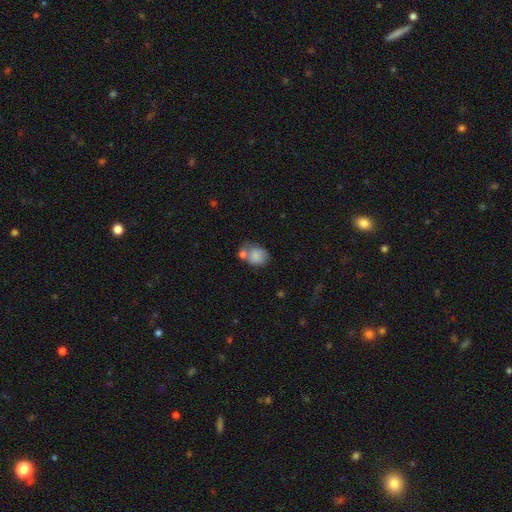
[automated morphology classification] Overall: smooth (77%). How rounded: round (53%; in between 46%). Merging: none (39%; merger 30%).